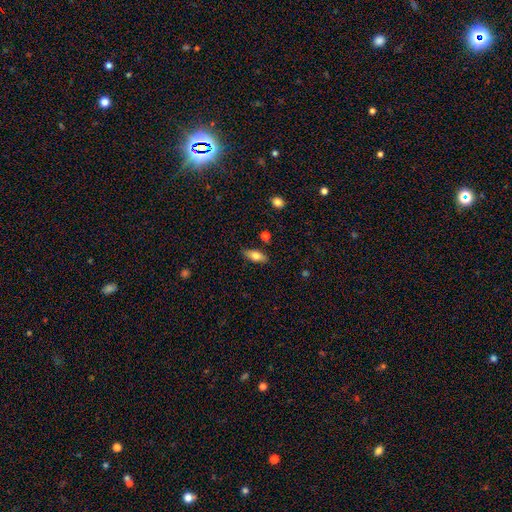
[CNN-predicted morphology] Smooth or featured?
  - smooth: 73% *
  - featured or disk: 20%
  - star or artifact: 7%
How rounded?
  - in between: 78% *
  - cigar-shaped: 19%
  - round: 3%
Merging?
  - none: 81% *
  - minor disturbance: 14%
  - merger: 3%
  - major disturbance: 3%